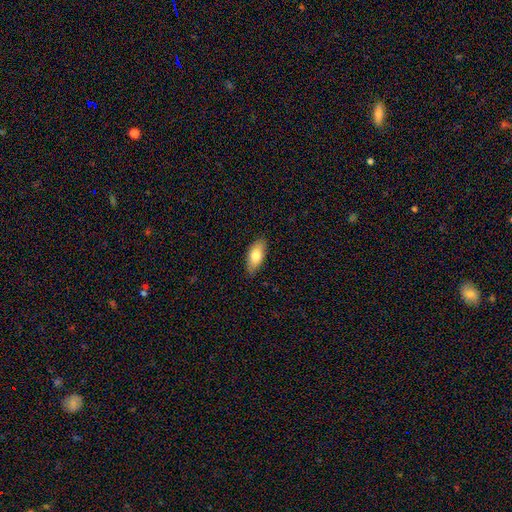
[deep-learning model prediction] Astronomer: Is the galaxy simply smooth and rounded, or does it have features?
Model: smooth — 78%.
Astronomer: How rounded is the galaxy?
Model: in between — 87%.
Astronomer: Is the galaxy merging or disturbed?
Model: none — 86%.